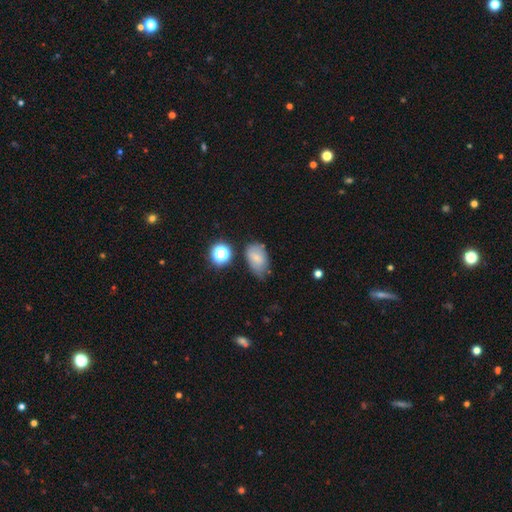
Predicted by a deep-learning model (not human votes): This is likely a smooth galaxy (73%). How rounded: clearly in between (86%). Merging: possibly none (52%).